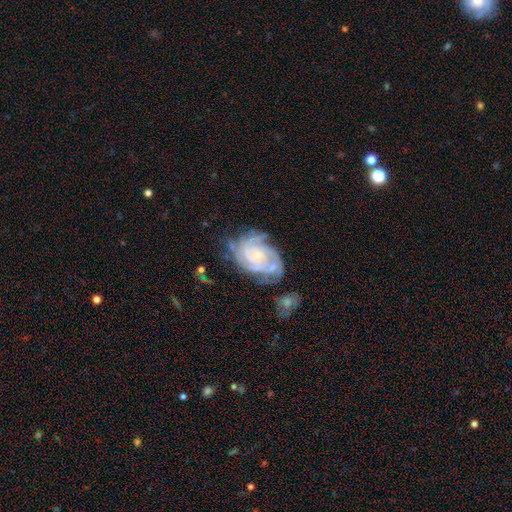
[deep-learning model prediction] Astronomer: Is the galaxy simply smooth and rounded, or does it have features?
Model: featured or disk — 81%.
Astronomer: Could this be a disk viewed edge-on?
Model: no — 97%.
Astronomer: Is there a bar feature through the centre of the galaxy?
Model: no — 71%.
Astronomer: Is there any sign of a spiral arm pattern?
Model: yes — 93%.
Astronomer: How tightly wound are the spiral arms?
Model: tight — 65%.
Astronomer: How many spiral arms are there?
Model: can't tell — 32% (runner-up: 3, 24%).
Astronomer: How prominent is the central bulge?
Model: small — 67%.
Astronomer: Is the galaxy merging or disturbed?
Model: none — 51%.